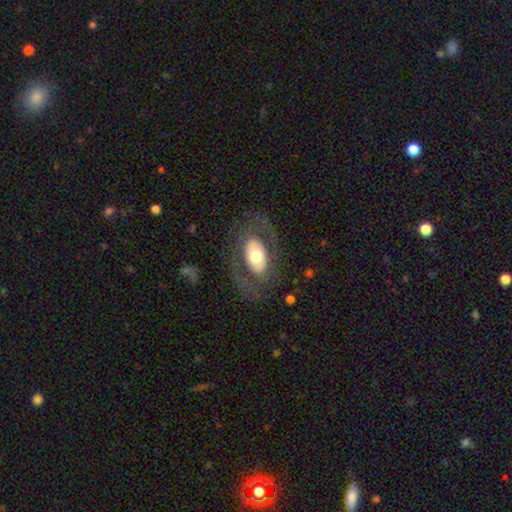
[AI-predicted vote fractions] Smooth or featured?
  - featured or disk: 54% *
  - smooth: 40%
  - star or artifact: 6%
Edge-on disk?
  - no: 90% *
  - yes: 10%
Merging?
  - none: 73% *
  - major disturbance: 13%
  - minor disturbance: 13%
  - merger: 1%